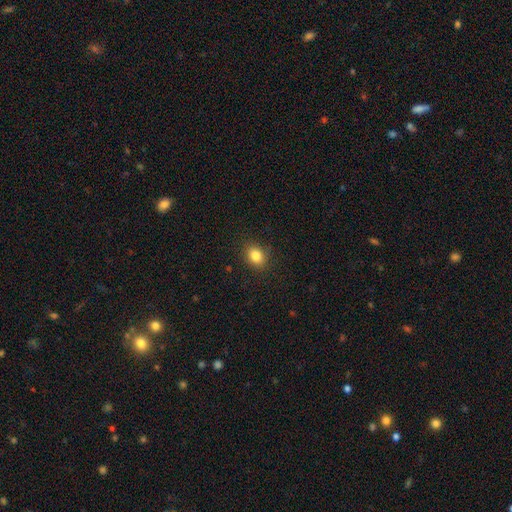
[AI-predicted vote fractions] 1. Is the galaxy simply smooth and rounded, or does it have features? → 83% smooth, 10% star or artifact, 6% featured or disk.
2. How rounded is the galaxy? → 54% in between, 45% round, 1% cigar-shaped.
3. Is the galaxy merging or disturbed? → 88% none, 9% minor disturbance, 2% major disturbance, 1% merger.